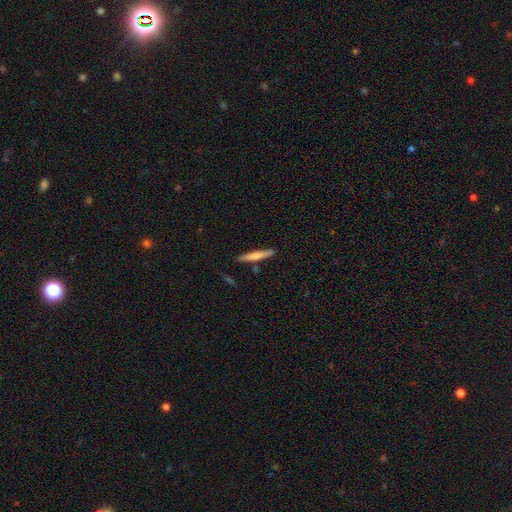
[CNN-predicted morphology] smooth_or_featured: smooth (p=0.64) [alt: featured or disk p=0.30]
how_rounded: cigar-shaped (p=0.94) [alt: in between p=0.05]
merging: none (p=0.85) [alt: minor disturbance p=0.10]